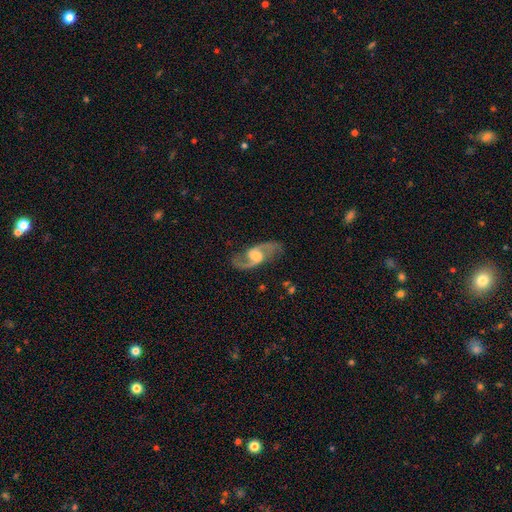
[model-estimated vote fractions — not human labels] A featured or disk galaxy (90%) with a weak bar (51%), 2 (94%) loose (46%, tied with medium) spiral arms (97%) and a moderate central bulge (53%). Merging: none (82%).